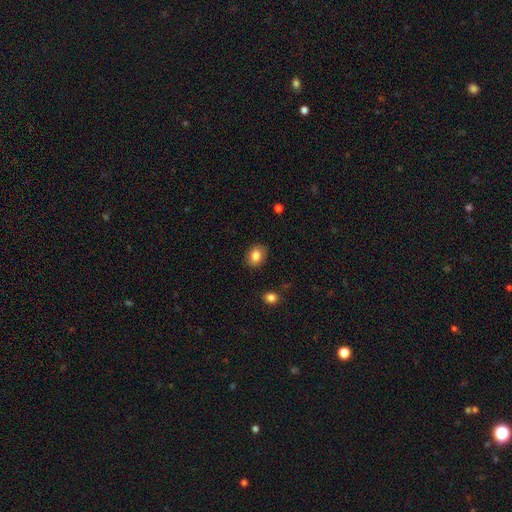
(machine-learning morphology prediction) smooth 84%, star or artifact 9%, featured or disk 8%. Down the decision tree: how rounded — in between (59%); merging — none (86%).